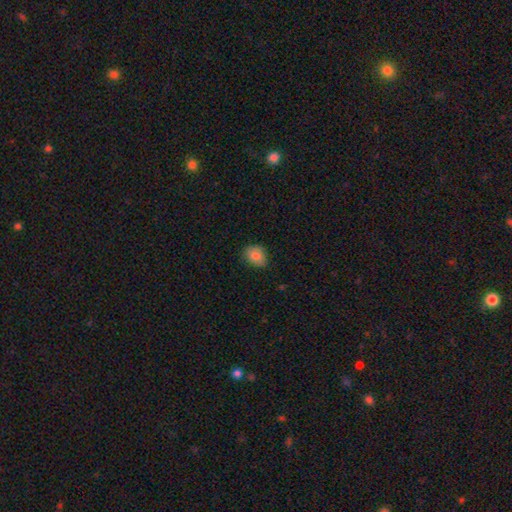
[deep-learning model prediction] Q: Smooth or featured?
A: smooth (84%); runner-up: star or artifact (9%)
Q: How rounded?
A: in between (56%); runner-up: round (43%)
Q: Merging?
A: none (77%); runner-up: minor disturbance (19%)